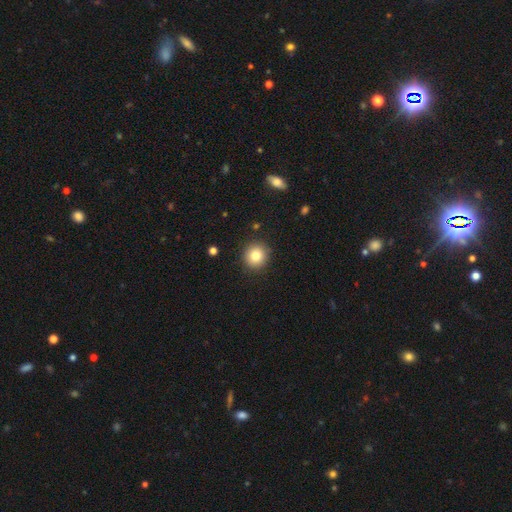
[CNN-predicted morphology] type=smooth (82%); roundness=round (91%); merging=none (90%).